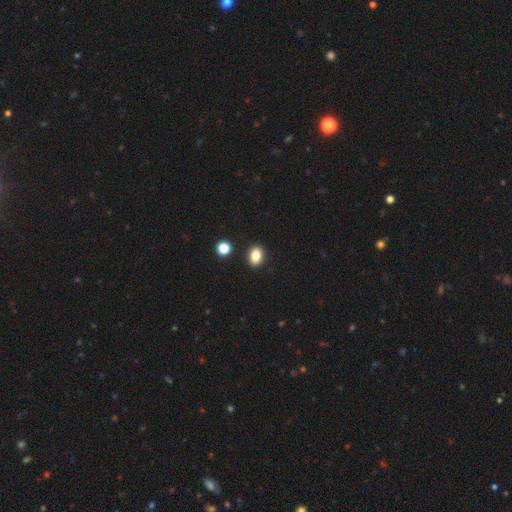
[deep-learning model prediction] Smooth or featured? Predicted: smooth (p=0.83). How rounded? Predicted: in between (p=0.71). Merging? Predicted: none (p=0.88).